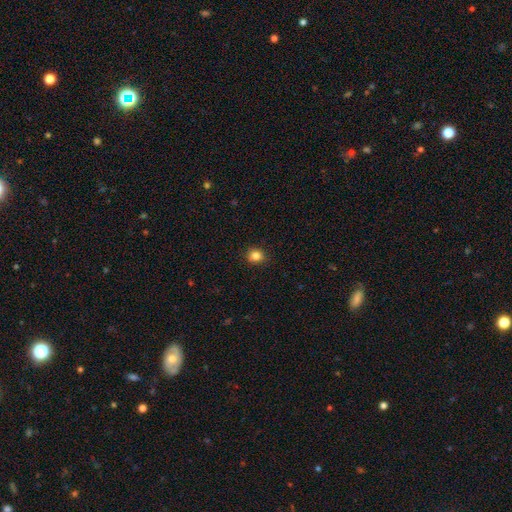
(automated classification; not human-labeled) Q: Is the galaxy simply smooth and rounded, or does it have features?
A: smooth — 85%.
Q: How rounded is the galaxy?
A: round — 81%.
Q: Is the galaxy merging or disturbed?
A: none — 90%.